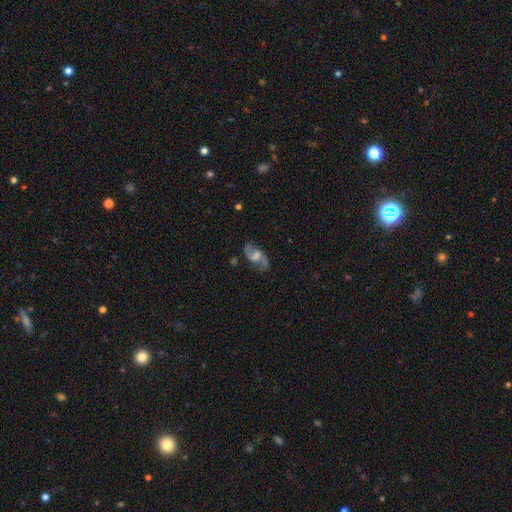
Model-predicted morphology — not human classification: A featured or disk galaxy (83%) with a weak bar (53%), 2 (92%) loose (55%) spiral arms (95%) and a moderate central bulge (40%). Merging: none (77%).